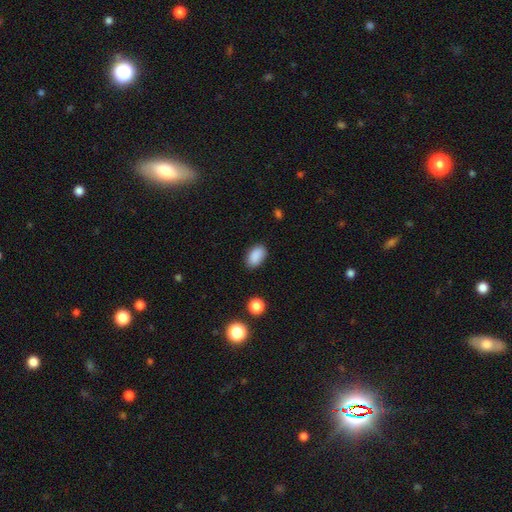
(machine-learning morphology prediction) Smooth or featured? Predicted: smooth (p=0.88). How rounded? Predicted: in between (p=0.91). Merging? Predicted: none (p=0.83).